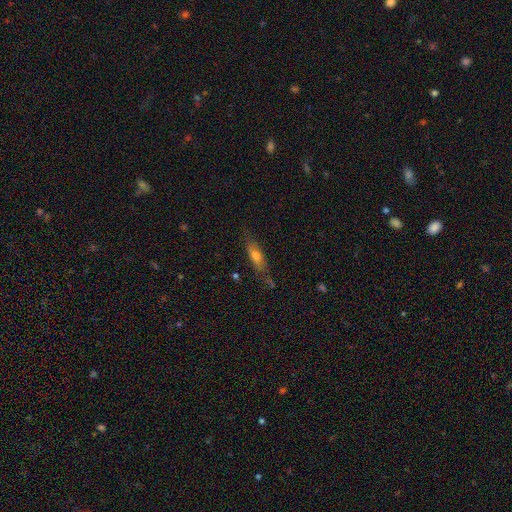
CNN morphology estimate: A smooth galaxy with no disk features (56%) that is cigar-shaped (57%).

Vote fractions:
- Smooth or featured? smooth: 56% / featured or disk: 35% / star or artifact: 9%
- How rounded? cigar-shaped: 57% / in between: 40% / round: 3%
- Merging? none: 71% / minor disturbance: 19% / major disturbance: 6% / merger: 3%